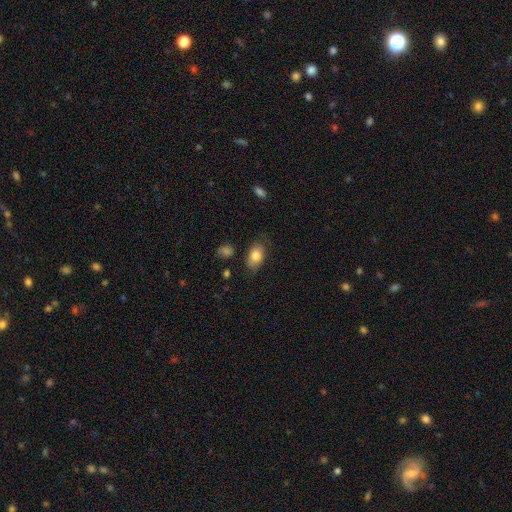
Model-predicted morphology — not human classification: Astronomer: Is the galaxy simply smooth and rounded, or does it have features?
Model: smooth — 81%.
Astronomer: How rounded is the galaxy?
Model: in between — 88%.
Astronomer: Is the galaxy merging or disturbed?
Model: none — 75%.